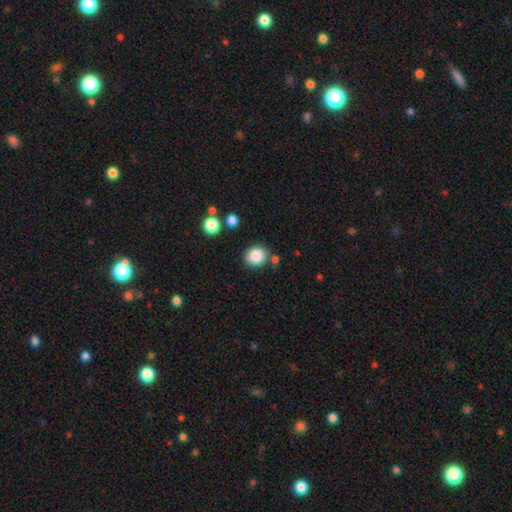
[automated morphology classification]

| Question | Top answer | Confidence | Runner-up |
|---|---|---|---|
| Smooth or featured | smooth | 86% | star or artifact (9%) |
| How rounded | round | 72% | in between (27%) |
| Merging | none | 80% | minor disturbance (11%) |